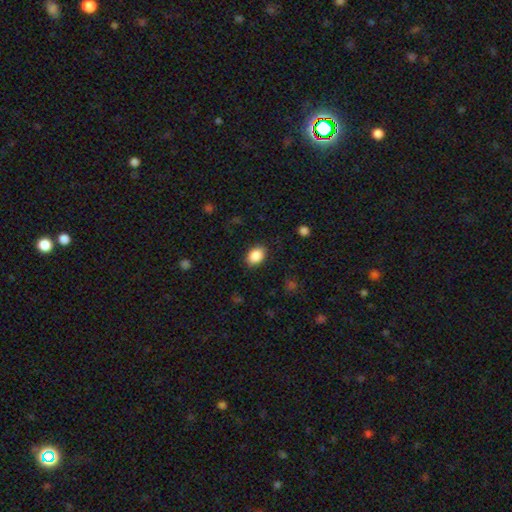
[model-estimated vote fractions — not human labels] This appears to be a smooth galaxy with no disk features (88%) that is in between round and cigar-shaped (75%). Merging: none (86%).